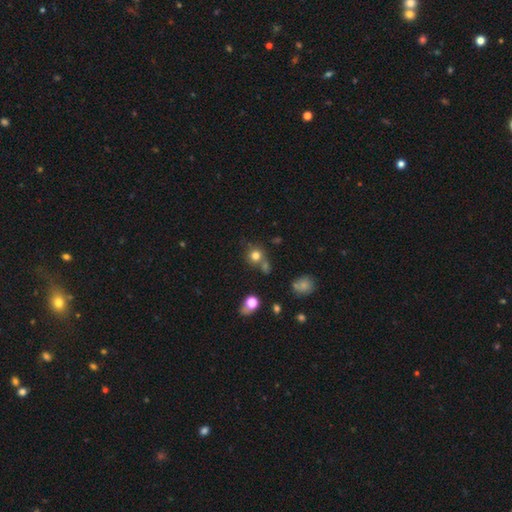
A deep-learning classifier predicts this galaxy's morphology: type=smooth (76%); roundness=round (88%); merging=none (63%).